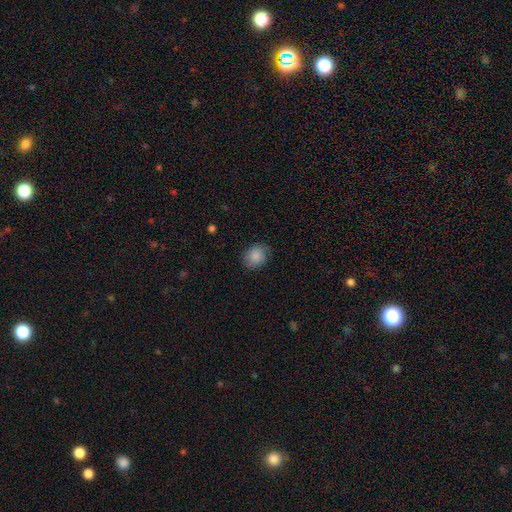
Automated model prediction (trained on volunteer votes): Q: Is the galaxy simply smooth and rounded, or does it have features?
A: smooth — 86%.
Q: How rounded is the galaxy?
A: round — 60%.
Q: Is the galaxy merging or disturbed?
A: none — 79%.